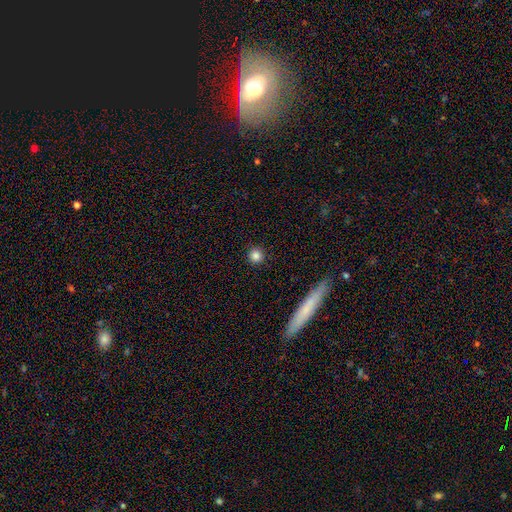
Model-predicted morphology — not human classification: This is clearly a smooth galaxy (84%). How rounded: clearly round (94%). Merging: clearly none (92%).